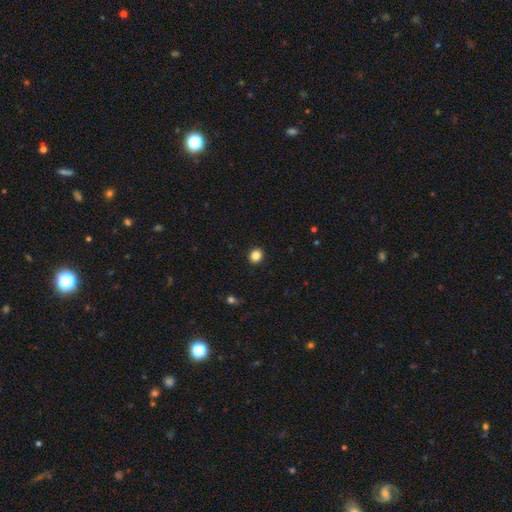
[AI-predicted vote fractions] Smooth or featured? smooth (85%)
How rounded? round (78%)
Merging? none (92%)